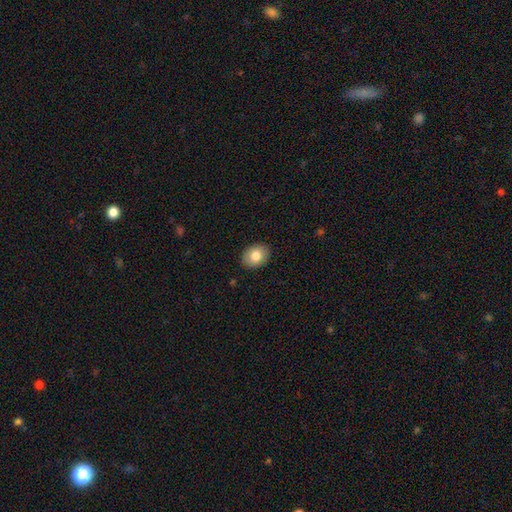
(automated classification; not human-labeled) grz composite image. It shows a smooth galaxy with no disk features (82%) that is in between round and cigar-shaped (67%). Merging: none (89%).